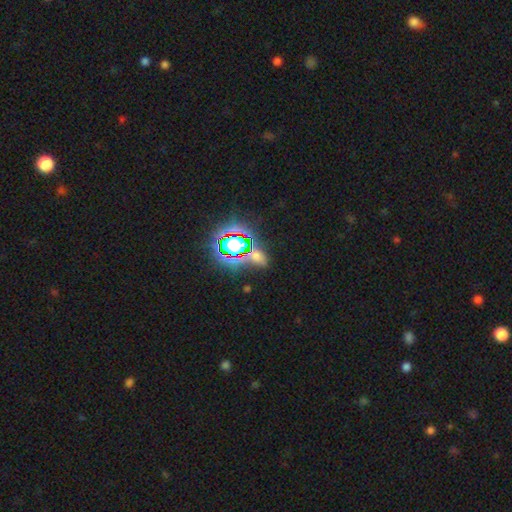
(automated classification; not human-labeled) Smooth or featured? Predicted: star or artifact (p=0.53).